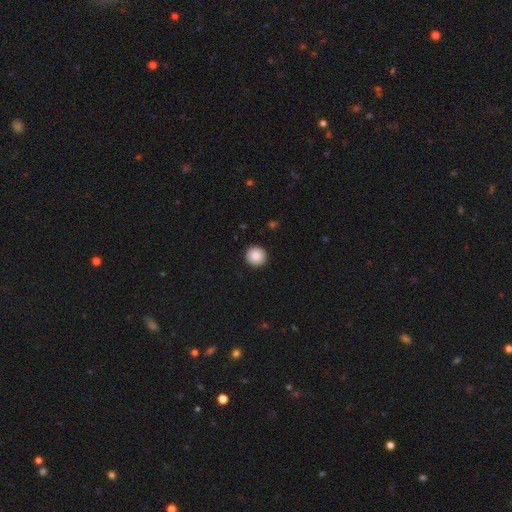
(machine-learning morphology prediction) Smooth or featured? Predicted: smooth (p=0.87). How rounded? Predicted: round (p=0.96). Merging? Predicted: none (p=0.93).